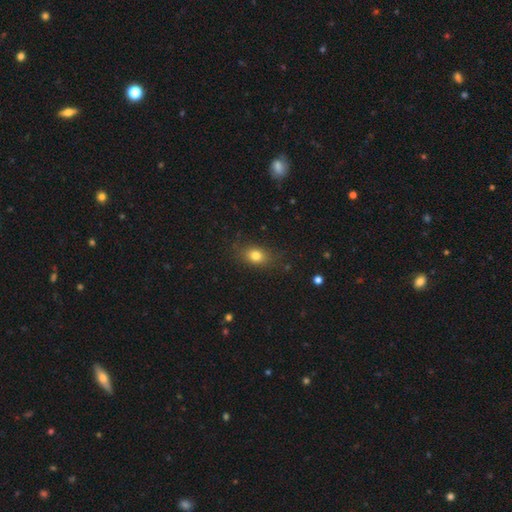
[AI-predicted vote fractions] Morphology: type=smooth (80%); roundness=in between (69%); merging=none (81%).